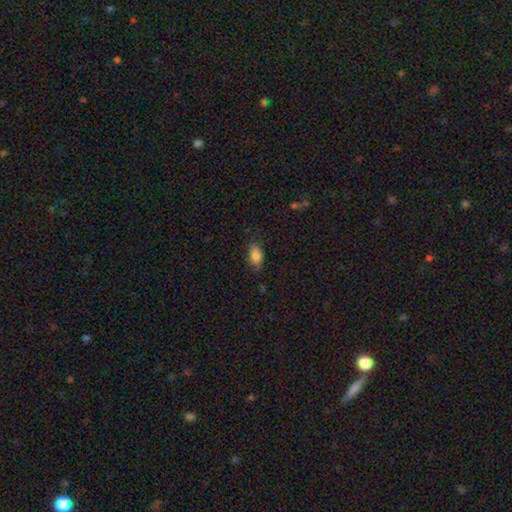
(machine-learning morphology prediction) Q: Smooth or featured?
A: smooth (85%); runner-up: star or artifact (8%)
Q: How rounded?
A: in between (89%); runner-up: cigar-shaped (6%)
Q: Merging?
A: none (78%); runner-up: minor disturbance (17%)